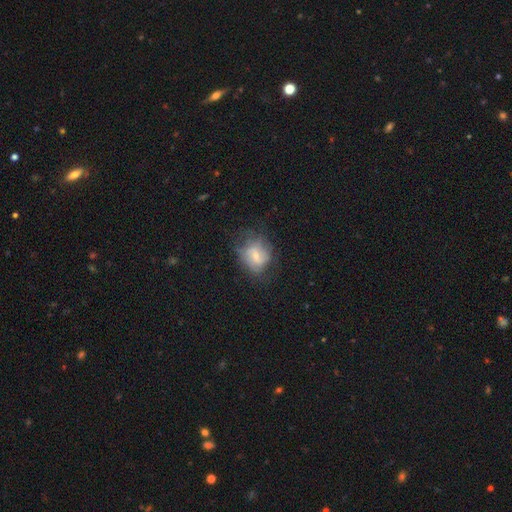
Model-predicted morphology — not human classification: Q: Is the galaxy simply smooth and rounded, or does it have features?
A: smooth — 46%.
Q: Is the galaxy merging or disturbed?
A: none — 50%.